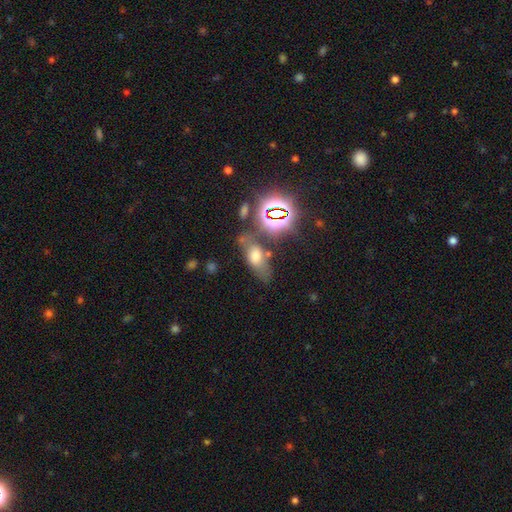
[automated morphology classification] Smooth or featured? smooth (55%)
How rounded? in between (77%)
Merging? none (57%)